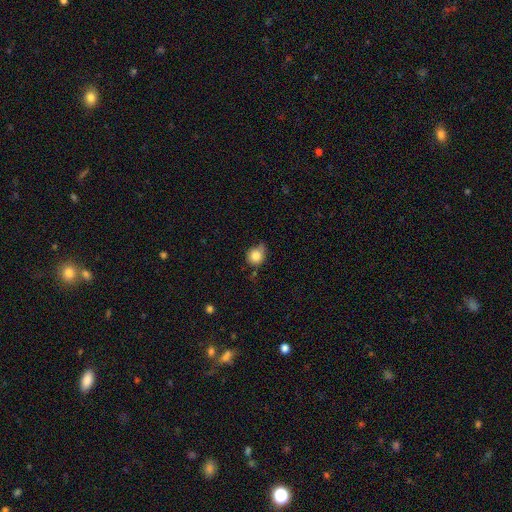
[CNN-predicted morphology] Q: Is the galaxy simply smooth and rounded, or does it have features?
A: smooth — 82%.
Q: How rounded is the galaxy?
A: round — 83%.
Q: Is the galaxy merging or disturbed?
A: none — 52%.